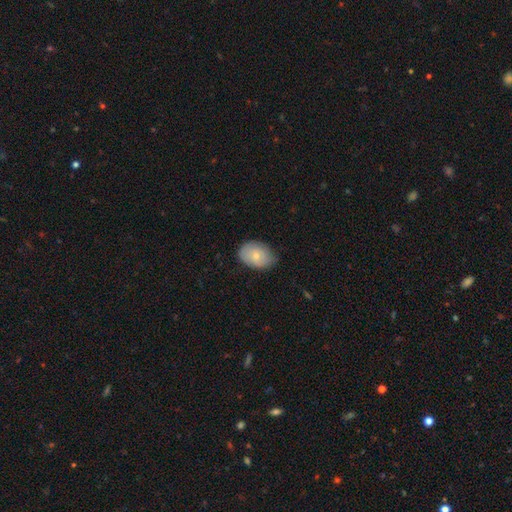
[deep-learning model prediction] smooth 73%, featured or disk 20%, star or artifact 7%. Down the decision tree: how rounded — in between (75%); merging — none (70%).